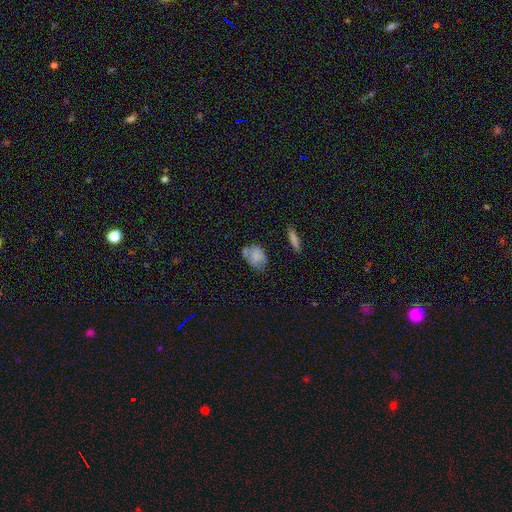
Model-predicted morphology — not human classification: This appears to be a smooth galaxy with no disk features (73%) that is in between round and cigar-shaped (71%). Merging: none (48%).